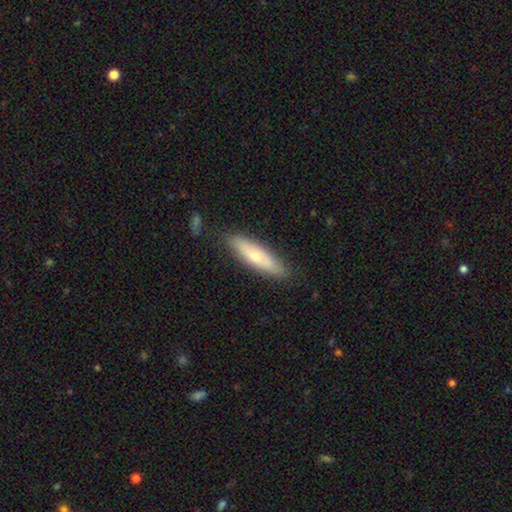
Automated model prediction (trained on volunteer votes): This appears to be a smooth galaxy with no disk features (63%) that is cigar-shaped (66%). Merging: none (84%).